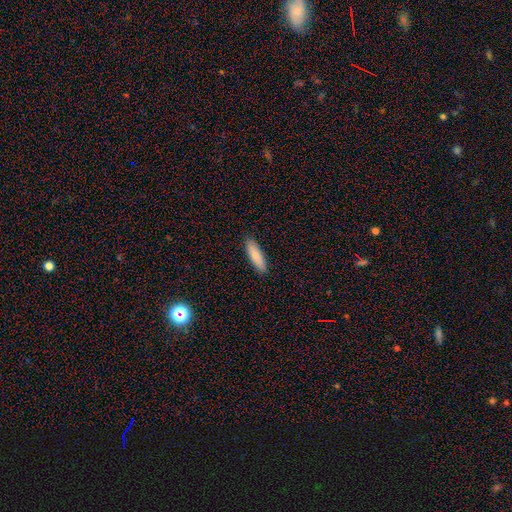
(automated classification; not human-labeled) Q: Smooth or featured?
A: smooth (84%); runner-up: featured or disk (10%)
Q: How rounded?
A: cigar-shaped (61%); runner-up: in between (38%)
Q: Merging?
A: none (90%); runner-up: minor disturbance (8%)